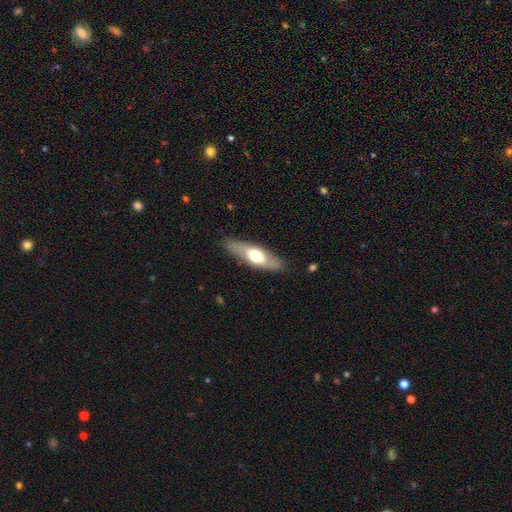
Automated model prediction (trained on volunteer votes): Overall: smooth (53%; featured or disk 41%). How rounded: in between (53%; cigar-shaped 44%). Merging: none (84%).